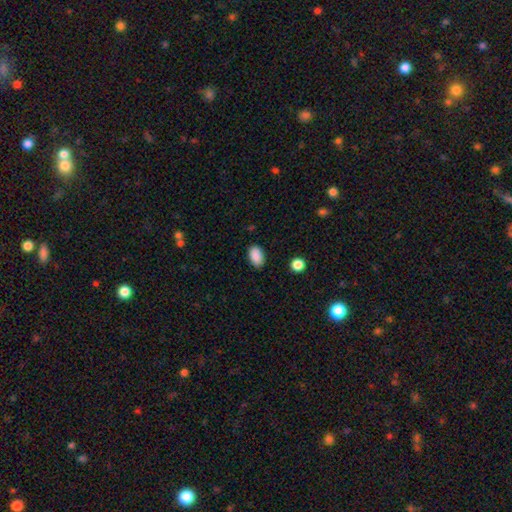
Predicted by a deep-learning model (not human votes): Smooth or featured: smooth — 89% (star or artifact — 8%)
How rounded: in between — 90% (round — 8%)
Merging: none — 86% (minor disturbance — 11%)